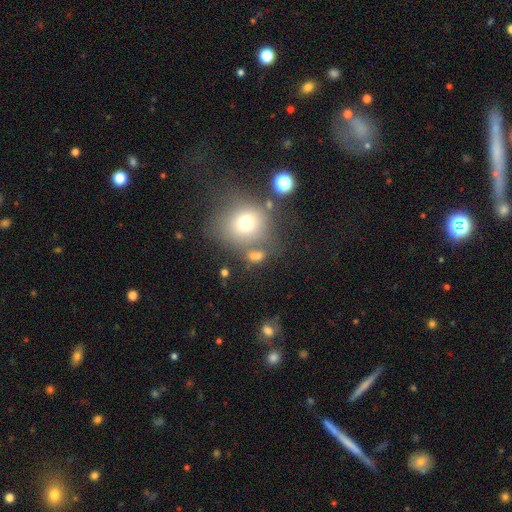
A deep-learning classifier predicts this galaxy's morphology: Smooth or featured: smooth — 69% (star or artifact — 18%)
How rounded: round — 56% (in between — 41%)
Merging: none — 53% (merger — 22%)